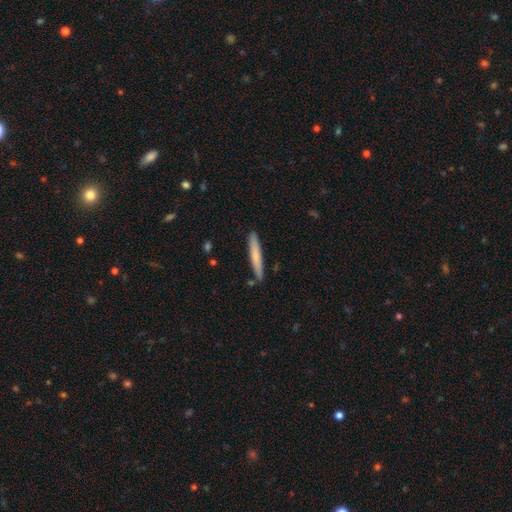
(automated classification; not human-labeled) smooth 67%, featured or disk 28%, star or artifact 5%. Down the decision tree: how rounded — cigar-shaped (95%); merging — none (88%).